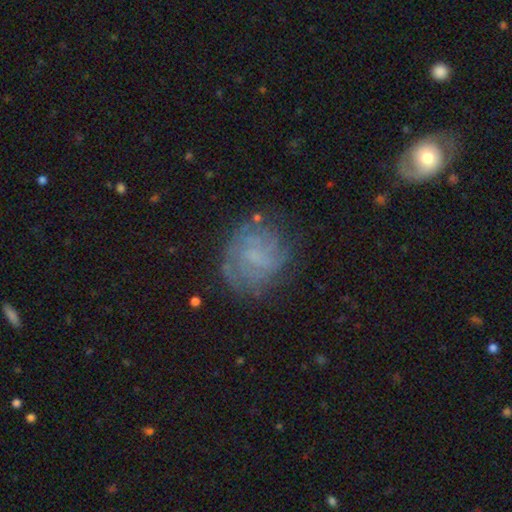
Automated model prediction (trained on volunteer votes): Overall: featured or disk (58%; smooth 30%). Edge-on disk: no (97%). Bar: no (54%; weak 38%). Spiral arms: yes (70%; no 30%). Bulge size: none (47%; small 34%). Merging: none (69%).